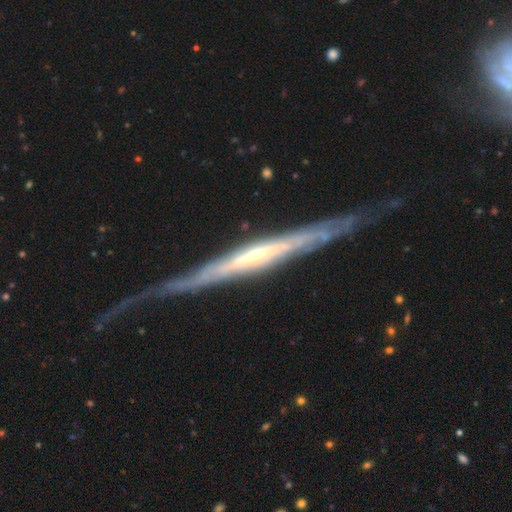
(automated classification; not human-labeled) Overall: featured or disk (86%). Edge-on disk: yes (84%). Edge-on bulge: rounded (46%, tied with none). Merging: none (65%).